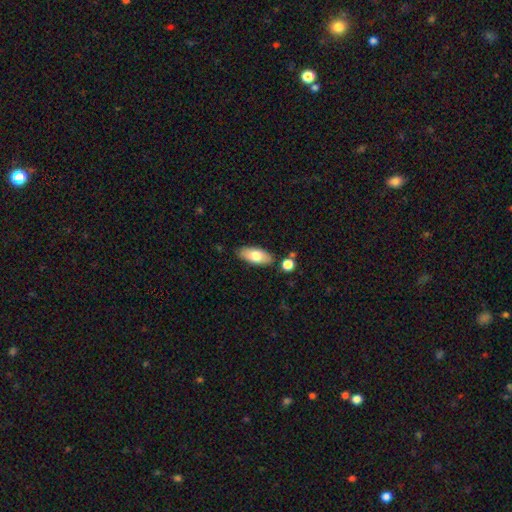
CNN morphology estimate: This is likely a smooth galaxy (76%). How rounded: clearly in between (86%). Merging: clearly none (83%).